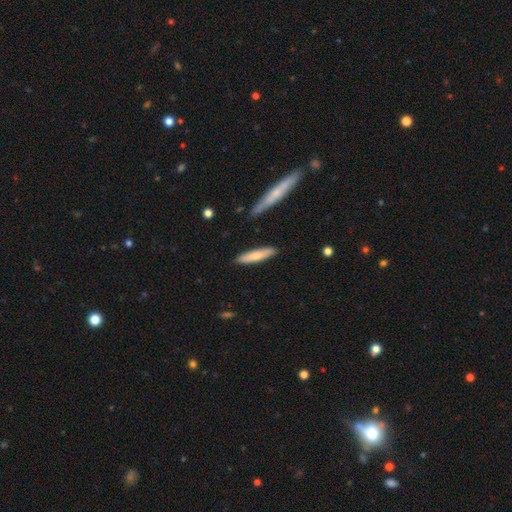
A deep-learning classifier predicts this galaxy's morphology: Q: Smooth or featured?
A: smooth (72%); runner-up: featured or disk (23%)
Q: How rounded?
A: cigar-shaped (80%); runner-up: in between (19%)
Q: Merging?
A: none (86%); runner-up: minor disturbance (9%)